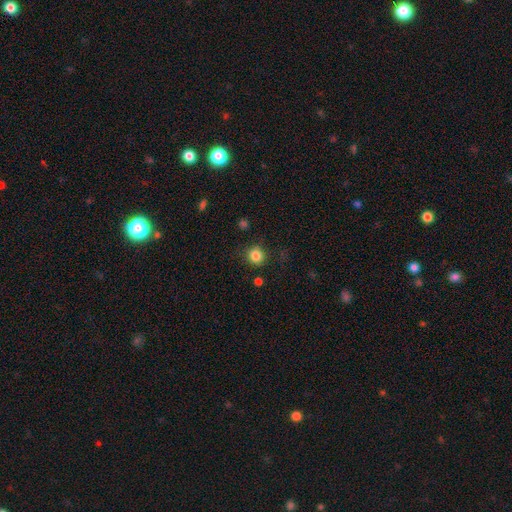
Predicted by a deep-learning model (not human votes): This appears to be a smooth galaxy with no disk features (84%) that is round (89%). Merging: none (83%).